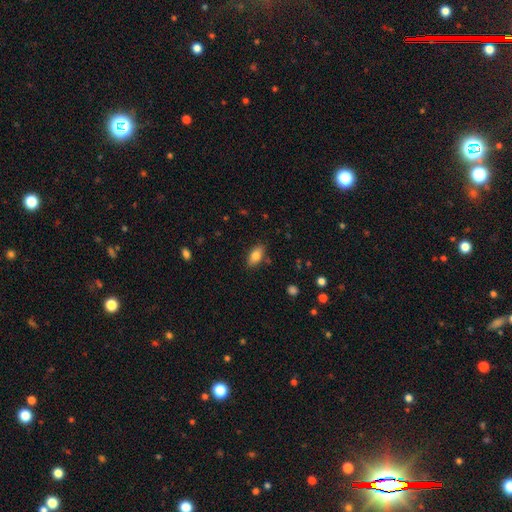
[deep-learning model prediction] Morphology: type=smooth (80%); roundness=in between (88%); merging=none (82%).